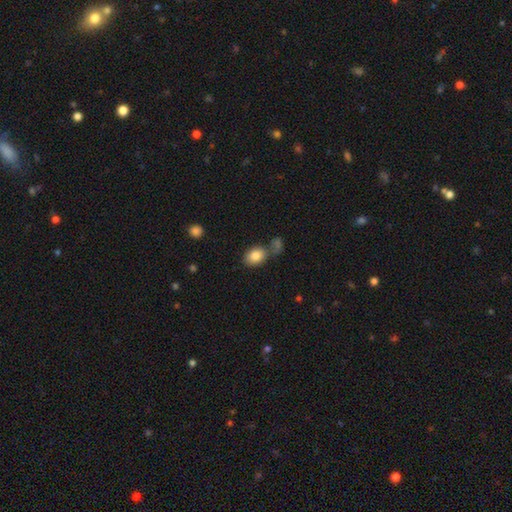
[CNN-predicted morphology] Smooth or featured?
  - smooth: 84% *
  - star or artifact: 8%
  - featured or disk: 8%
How rounded?
  - in between: 76% *
  - round: 23%
  - cigar-shaped: 1%
Merging?
  - none: 59% *
  - merger: 22%
  - minor disturbance: 14%
  - major disturbance: 5%